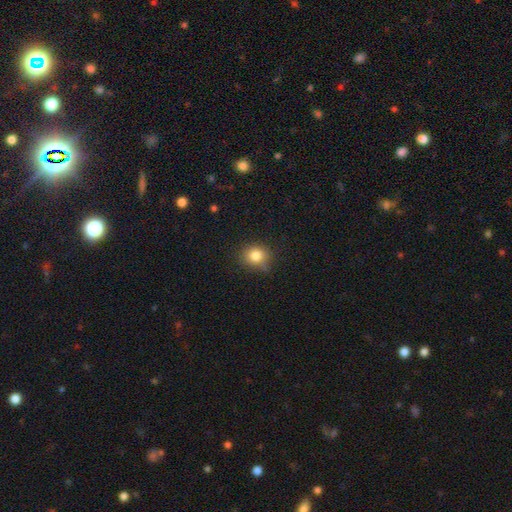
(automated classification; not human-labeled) smooth-or-featured: smooth: 83% | star or artifact: 11% | featured or disk: 6%
  how-rounded: round: 75% | in between: 24% | cigar-shaped: 1%
  merging: none: 74% | minor disturbance: 20% | major disturbance: 4% | merger: 2%